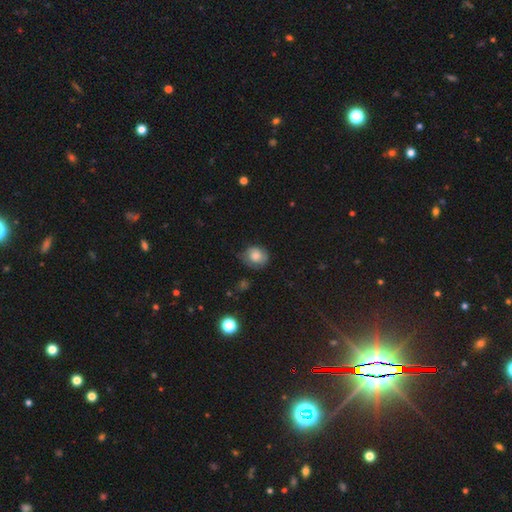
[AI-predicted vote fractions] smooth_or_featured: smooth (p=0.72) [alt: featured or disk p=0.19]
how_rounded: round (p=0.69) [alt: in between p=0.30]
merging: none (p=0.55) [alt: minor disturbance p=0.33]